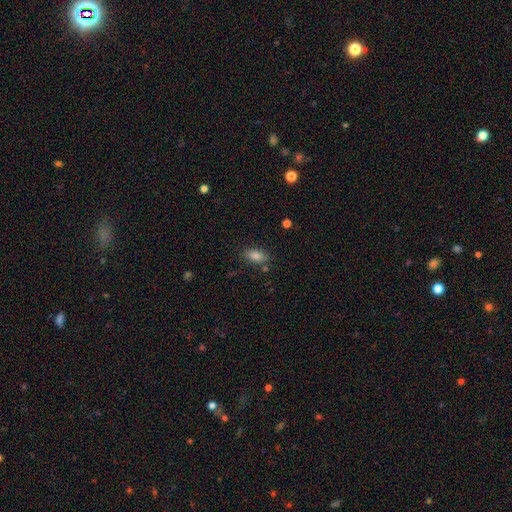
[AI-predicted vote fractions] Morphology: type=smooth (83%); roundness=in between (89%); merging=none (81%).